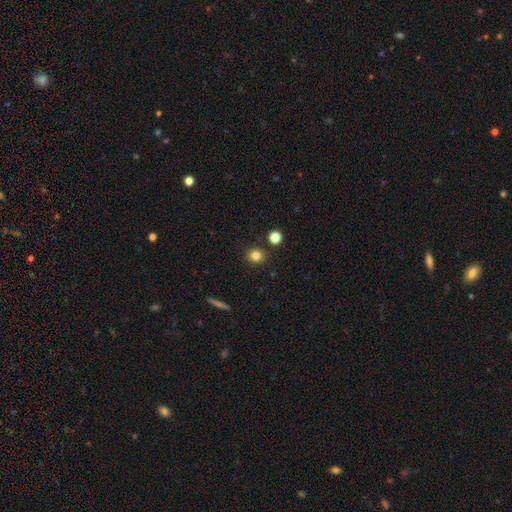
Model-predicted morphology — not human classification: Smooth or featured? smooth (82%)
How rounded? round (85%)
Merging? none (87%)